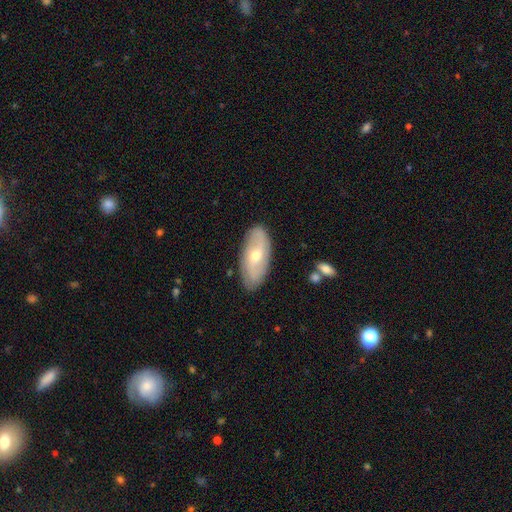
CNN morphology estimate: Overall: featured or disk (59%; smooth 35%). Edge-on disk: no (88%). Bar: no (52%; weak 38%). Spiral arms: yes (74%). Bulge size: moderate (59%; small 36%). Merging: none (85%).